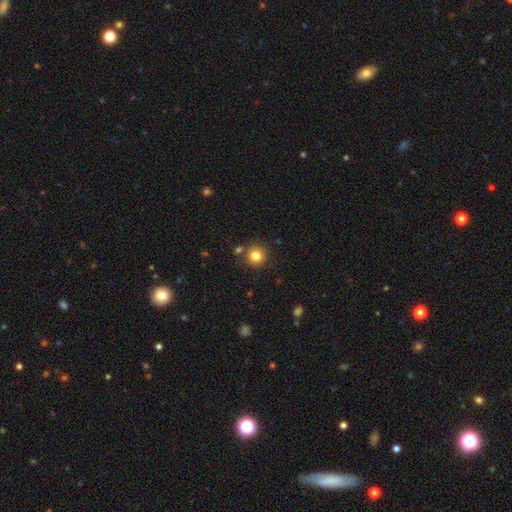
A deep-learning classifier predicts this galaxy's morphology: Smooth or featured? Predicted: smooth (p=0.81). How rounded? Predicted: round (p=0.93). Merging? Predicted: none (p=0.83).